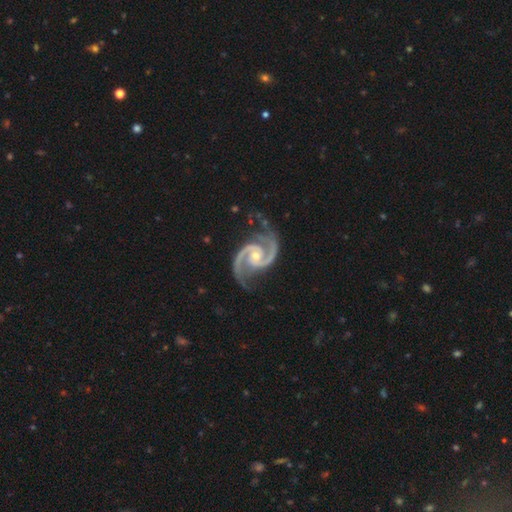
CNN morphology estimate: Smooth or featured: featured or disk — 95% (star or artifact — 4%)
Edge-on disk: no — 98% (yes — 2%)
Bar: no — 57% (weak — 31%)
Spiral arms: yes — 99% (no — 1%)
Spiral winding: medium — 67% (tight — 21%)
Spiral arm count: 2 — 94% (3 — 2%)
Bulge size: small — 53% (moderate — 43%)
Merging: none — 74% (minor disturbance — 18%)